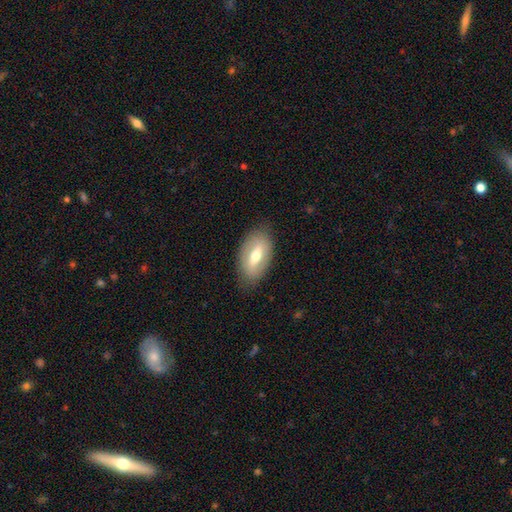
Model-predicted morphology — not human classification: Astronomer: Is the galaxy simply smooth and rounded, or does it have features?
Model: featured or disk — 47%, tied with smooth at 47%.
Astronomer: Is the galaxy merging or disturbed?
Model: none — 83%.